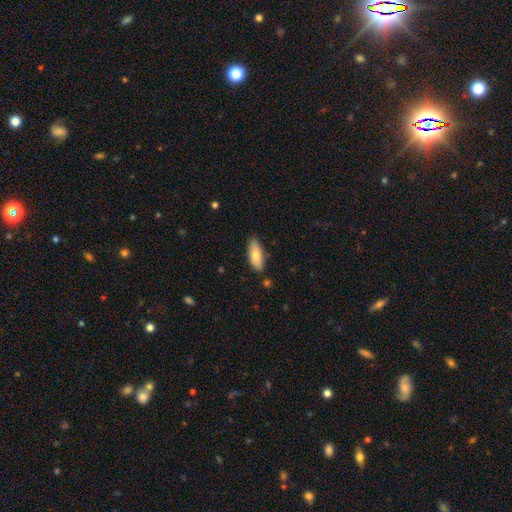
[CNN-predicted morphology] This is likely a smooth galaxy (78%). How rounded: clearly in between (81%). Merging: clearly none (84%).